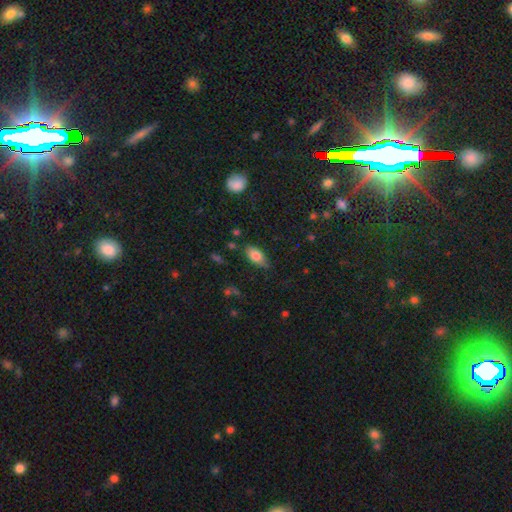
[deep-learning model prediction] The model was most divided on "smooth or featured": smooth: 76%, featured or disk: 16%, star or artifact: 8%. More confident: how rounded — in between (87%); merging — none (78%).